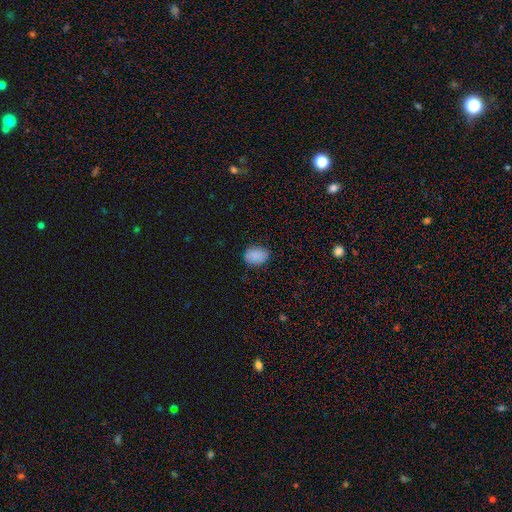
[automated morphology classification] Q: Smooth or featured?
A: smooth (87%); runner-up: star or artifact (9%)
Q: How rounded?
A: in between (77%); runner-up: round (22%)
Q: Merging?
A: none (80%); runner-up: minor disturbance (15%)